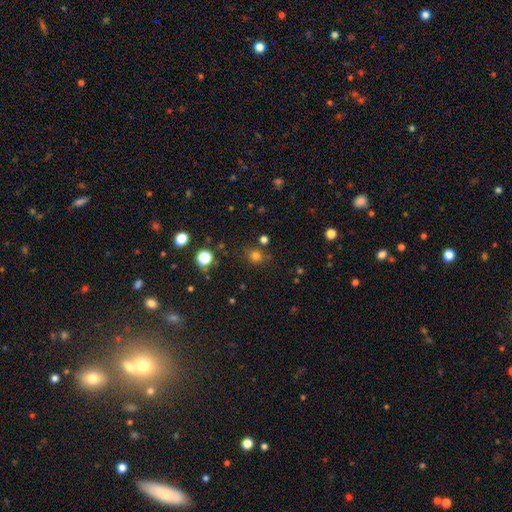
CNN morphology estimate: Q: Smooth or featured?
A: smooth (74%); runner-up: star or artifact (20%)
Q: How rounded?
A: round (84%); runner-up: in between (15%)
Q: Merging?
A: none (79%); runner-up: minor disturbance (12%)